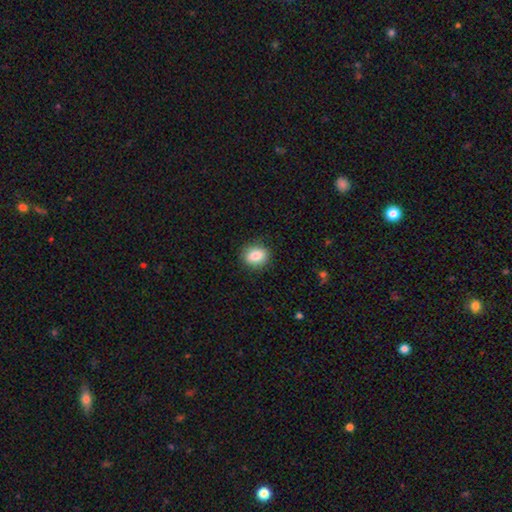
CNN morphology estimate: smooth-or-featured: smooth: 86% | star or artifact: 8% | featured or disk: 5%
  how-rounded: in between: 57% | round: 42% | cigar-shaped: 1%
  merging: none: 87% | minor disturbance: 10% | major disturbance: 2% | merger: 1%